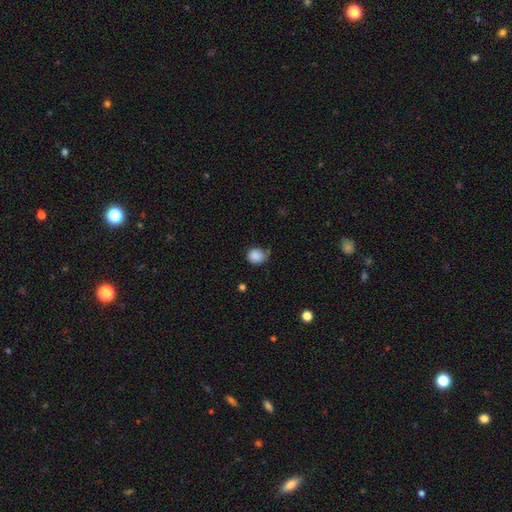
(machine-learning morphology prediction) This appears to be a smooth galaxy with no disk features (87%) that is round (73%). Merging: none (56%).